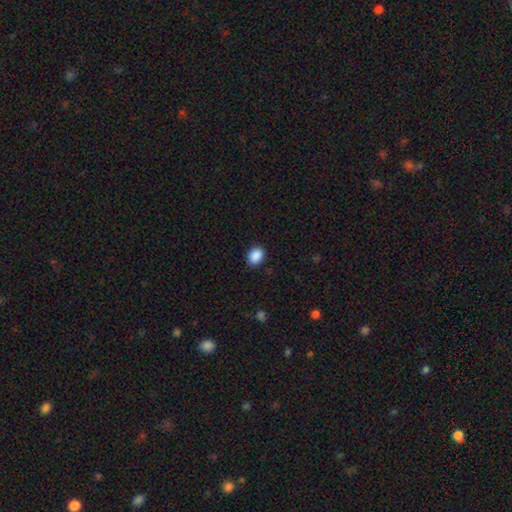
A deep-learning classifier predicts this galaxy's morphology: The model was most divided on "how rounded": in between: 61%, round: 38%, cigar-shaped: 1%. More confident: smooth or featured — smooth (89%); merging — none (88%).